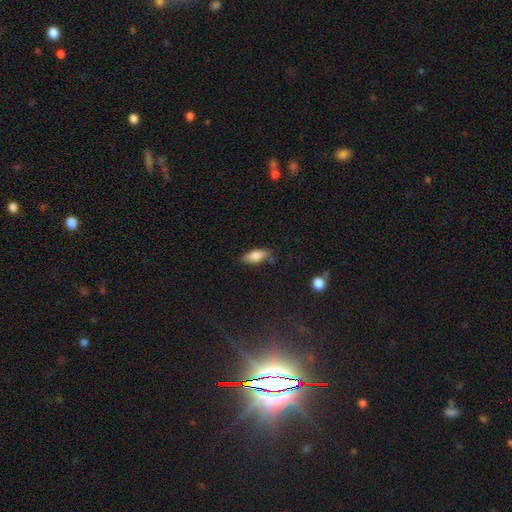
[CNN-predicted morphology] Smooth or featured: smooth — 81% (featured or disk — 12%)
How rounded: in between — 78% (cigar-shaped — 20%)
Merging: none — 76% (minor disturbance — 18%)